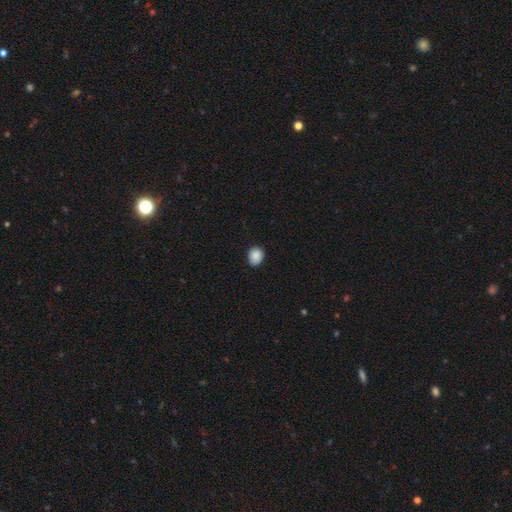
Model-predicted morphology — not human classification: Overall: smooth (88%). How rounded: round (56%; in between 43%). Merging: none (83%).